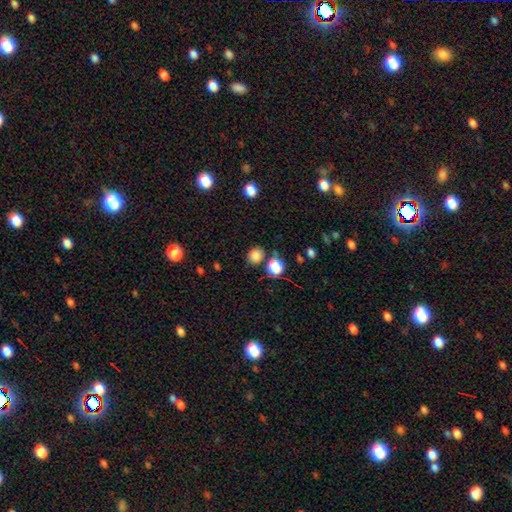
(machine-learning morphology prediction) smooth_or_featured: smooth (p=0.82) [alt: star or artifact p=0.14]
how_rounded: round (p=0.74) [alt: in between p=0.25]
merging: none (p=0.78) [alt: minor disturbance p=0.10]